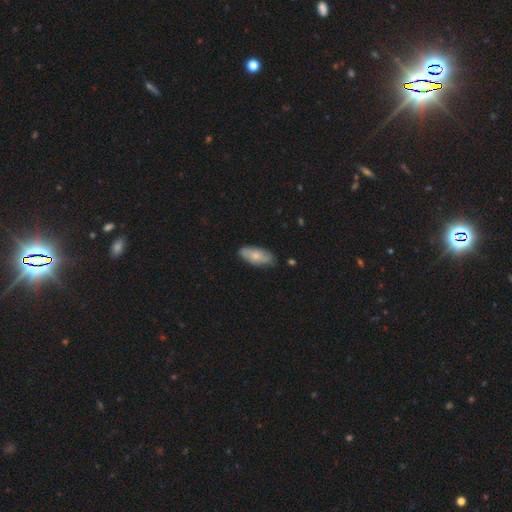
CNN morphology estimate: Smooth or featured? smooth (72%)
How rounded? in between (85%)
Merging? none (76%)